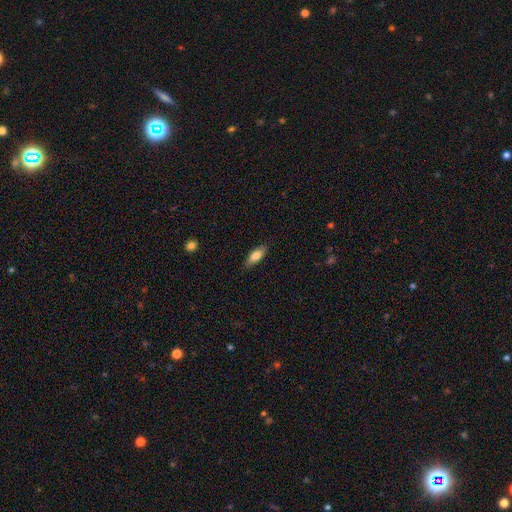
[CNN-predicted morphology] Q: Smooth or featured?
A: smooth (80%); runner-up: featured or disk (14%)
Q: How rounded?
A: in between (72%); runner-up: cigar-shaped (25%)
Q: Merging?
A: none (83%); runner-up: minor disturbance (14%)